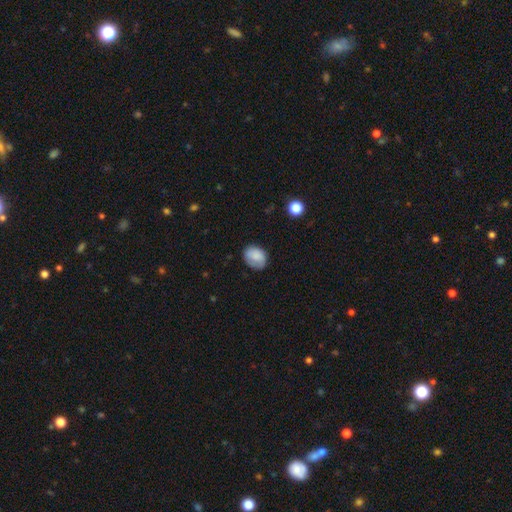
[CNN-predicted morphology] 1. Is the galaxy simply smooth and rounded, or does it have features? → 81% smooth, 11% featured or disk, 8% star or artifact.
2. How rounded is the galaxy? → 60% in between, 39% round, 1% cigar-shaped.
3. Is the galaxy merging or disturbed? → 69% none, 24% minor disturbance, 6% major disturbance, 1% merger.